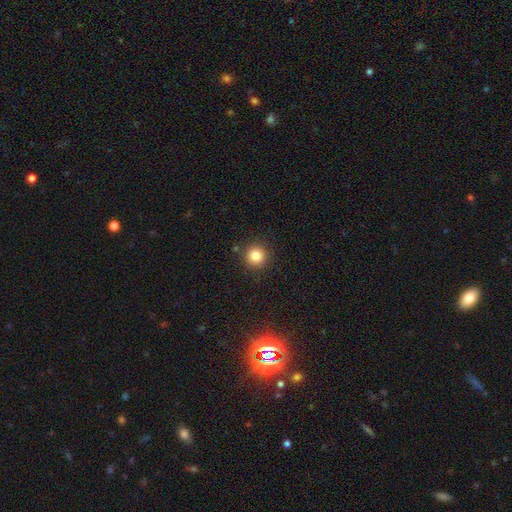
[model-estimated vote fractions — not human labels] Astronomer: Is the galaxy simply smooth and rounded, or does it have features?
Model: smooth — 84%.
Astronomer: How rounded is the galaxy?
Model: round — 95%.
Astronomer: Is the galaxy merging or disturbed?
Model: none — 89%.